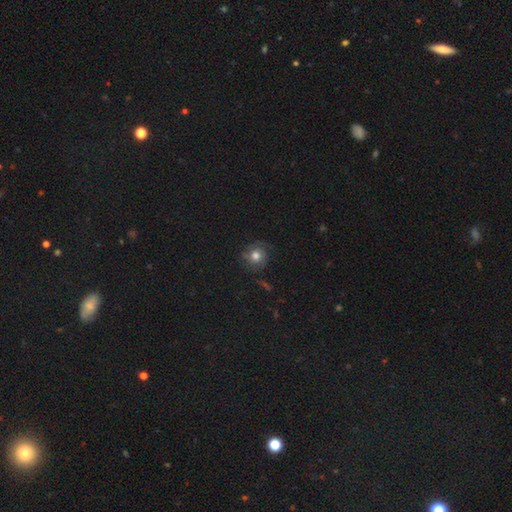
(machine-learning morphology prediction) The model was most divided on "smooth or featured": smooth: 47%, featured or disk: 43%, star or artifact: 10%. More confident: merging — none (74%).